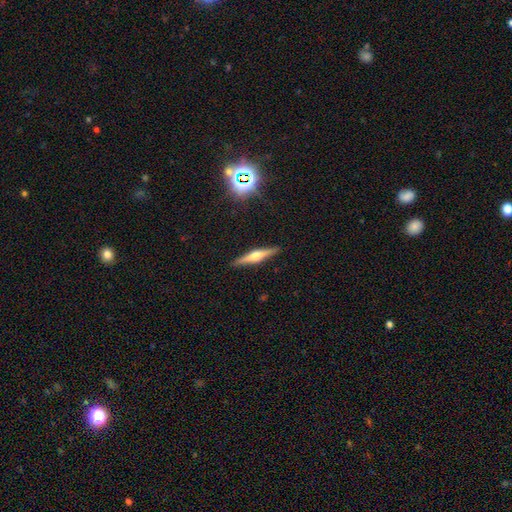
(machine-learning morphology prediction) smooth-or-featured: featured or disk: 68% | smooth: 24% | star or artifact: 8%
  disk-edge-on: yes: 98% | no: 2%
    edge-on-bulge: rounded: 90% | boxy: 7% | none: 4%
  merging: none: 91% | minor disturbance: 6% | major disturbance: 1% | merger: 1%